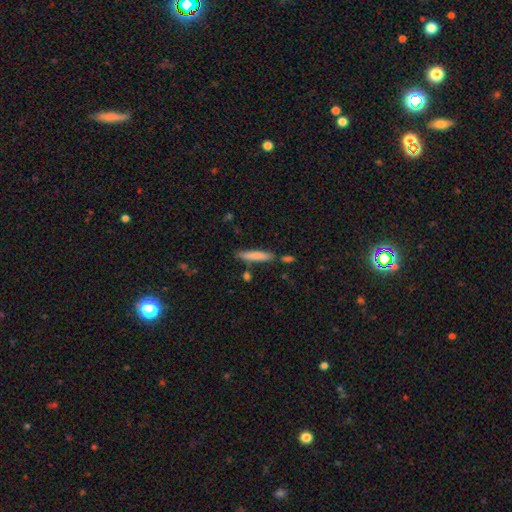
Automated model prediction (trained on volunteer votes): smooth 76%, featured or disk 18%, star or artifact 6%. Down the decision tree: how rounded — cigar-shaped (90%); merging — none (79%).